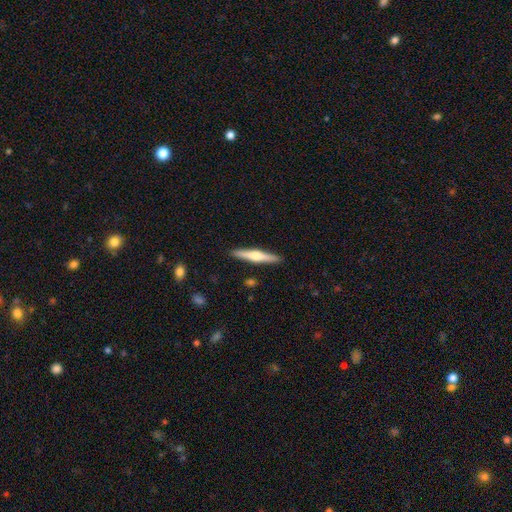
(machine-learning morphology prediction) The model was most divided on "smooth or featured": featured or disk: 58%, smooth: 37%, star or artifact: 5%. More confident: edge-on disk — yes (97%); merging — none (91%); edge-on bulge — rounded (89%).